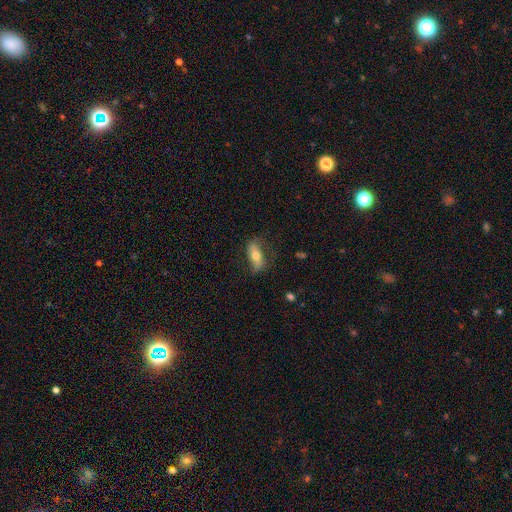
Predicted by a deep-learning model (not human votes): Smooth or featured?
  - smooth: 54% *
  - featured or disk: 39%
  - star or artifact: 7%
How rounded?
  - in between: 70% *
  - cigar-shaped: 26%
  - round: 4%
Merging?
  - none: 69% *
  - minor disturbance: 21%
  - major disturbance: 8%
  - merger: 2%